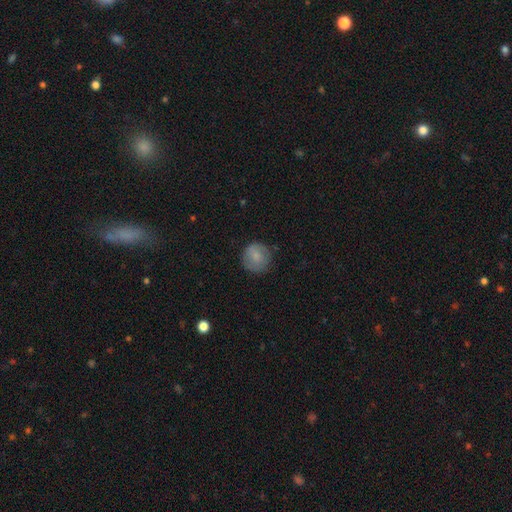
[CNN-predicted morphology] smooth_or_featured: smooth (p=0.80) [alt: featured or disk p=0.13]
how_rounded: round (p=0.91) [alt: in between p=0.08]
merging: none (p=0.79) [alt: minor disturbance p=0.15]